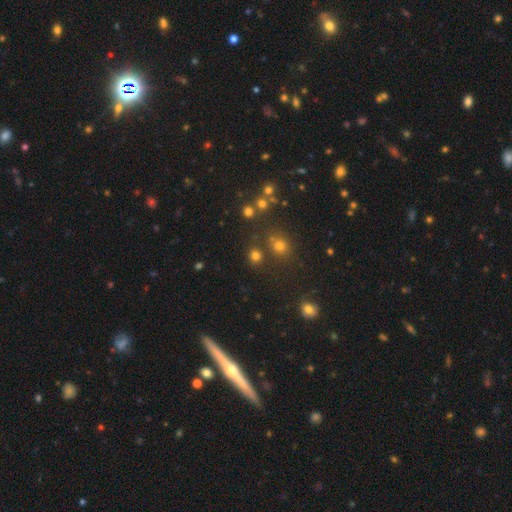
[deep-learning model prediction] Smooth or featured? smooth (74%)
How rounded? round (84%)
Merging? none (78%)